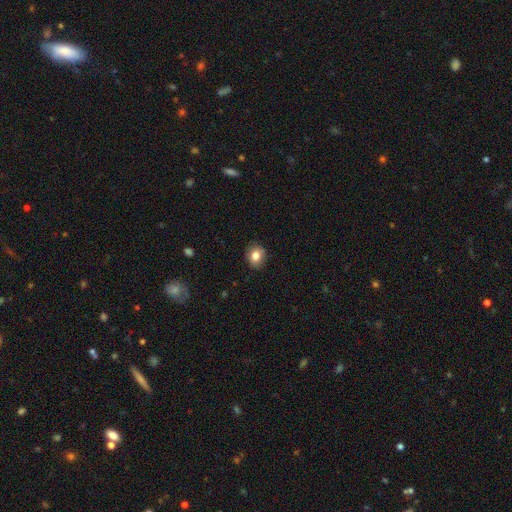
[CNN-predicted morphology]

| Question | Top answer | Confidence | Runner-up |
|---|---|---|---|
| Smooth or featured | smooth | 81% | featured or disk (10%) |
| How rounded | round | 63% | in between (36%) |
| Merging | none | 86% | minor disturbance (11%) |